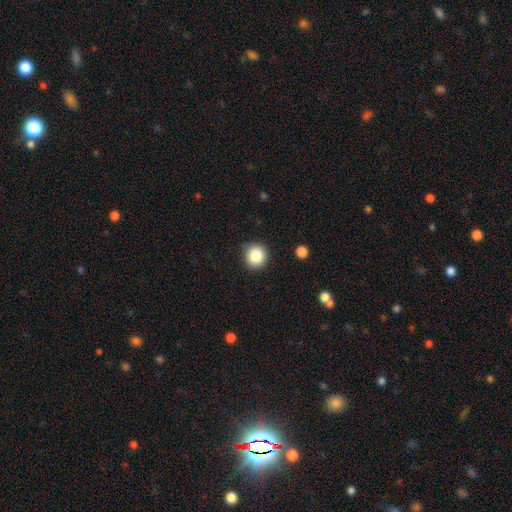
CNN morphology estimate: Overall: smooth (86%). How rounded: round (93%). Merging: none (87%).